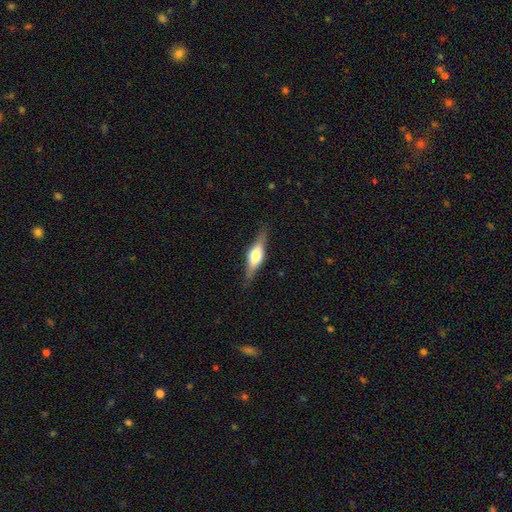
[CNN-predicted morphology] Smooth or featured: featured or disk — 62% (smooth — 32%)
Edge-on disk: yes — 94% (no — 6%)
Edge-on bulge: rounded — 87% (boxy — 11%)
Merging: none — 84% (minor disturbance — 12%)